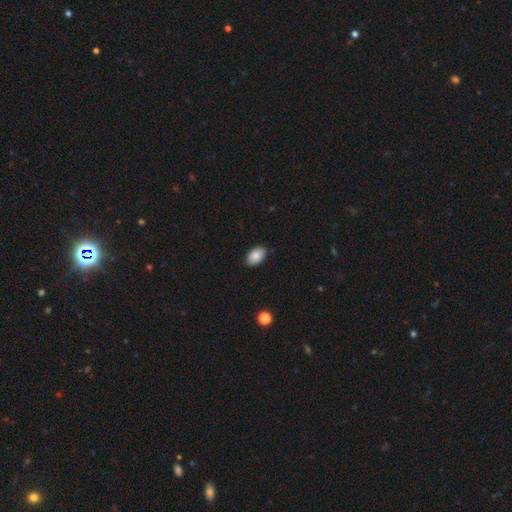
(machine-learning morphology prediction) A smooth galaxy with no disk features (85%) that is in between round and cigar-shaped (91%).

Vote fractions:
- Smooth or featured? smooth: 85% / featured or disk: 7% / star or artifact: 7%
- How rounded? in between: 91% / round: 8% / cigar-shaped: 1%
- Merging? none: 85% / minor disturbance: 12% / major disturbance: 2% / merger: 1%